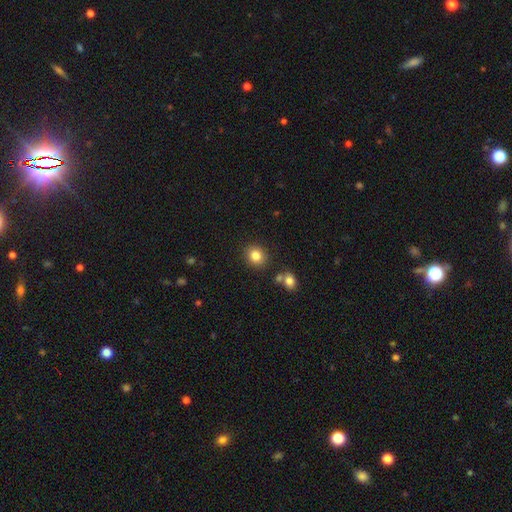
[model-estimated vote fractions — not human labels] This is clearly a smooth galaxy (83%). How rounded: likely round (77%). Merging: clearly none (86%).